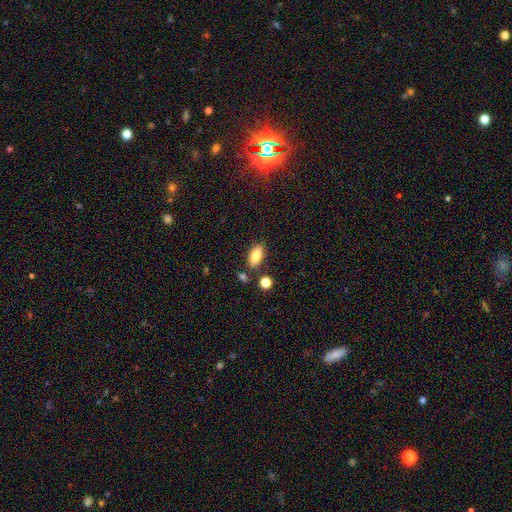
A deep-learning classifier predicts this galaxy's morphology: Smooth or featured? Predicted: smooth (p=0.83). How rounded? Predicted: in between (p=0.89). Merging? Predicted: none (p=0.79).